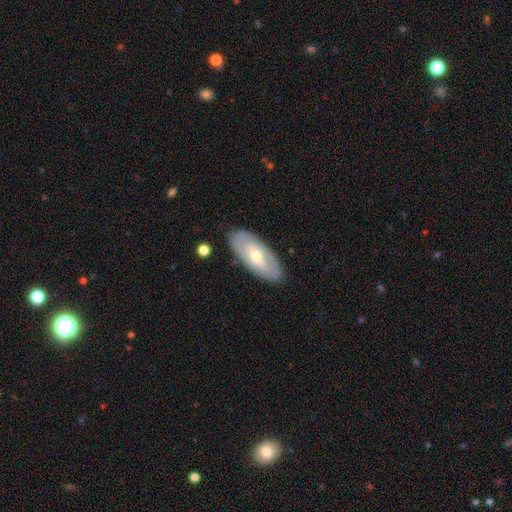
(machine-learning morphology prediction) Smooth or featured: featured or disk — 53% (smooth — 41%)
Edge-on disk: no — 83% (yes — 17%)
Merging: none — 85% (minor disturbance — 11%)